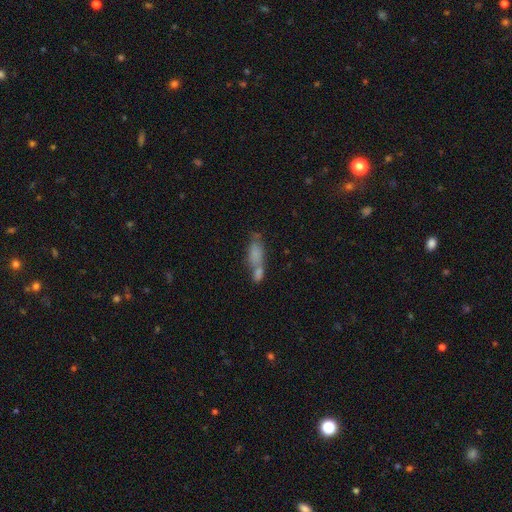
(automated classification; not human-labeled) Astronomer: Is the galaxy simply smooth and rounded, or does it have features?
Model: smooth — 72%.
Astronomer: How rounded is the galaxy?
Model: in between — 67%.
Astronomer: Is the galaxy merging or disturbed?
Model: merger — 51% (runner-up: none, 29%).